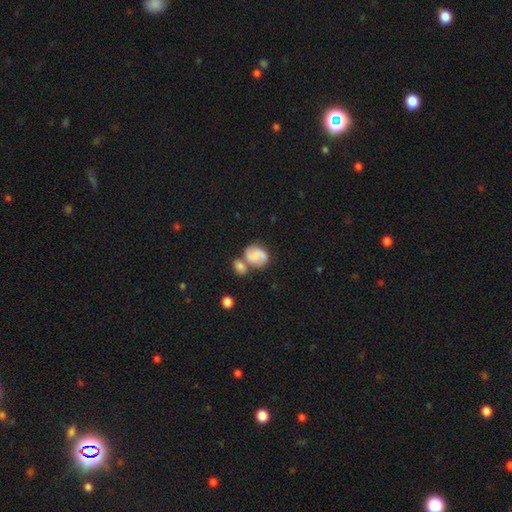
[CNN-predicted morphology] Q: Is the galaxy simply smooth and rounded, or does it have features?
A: smooth — 54%.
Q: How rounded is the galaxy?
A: round — 51%.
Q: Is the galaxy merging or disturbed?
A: merger — 42%.